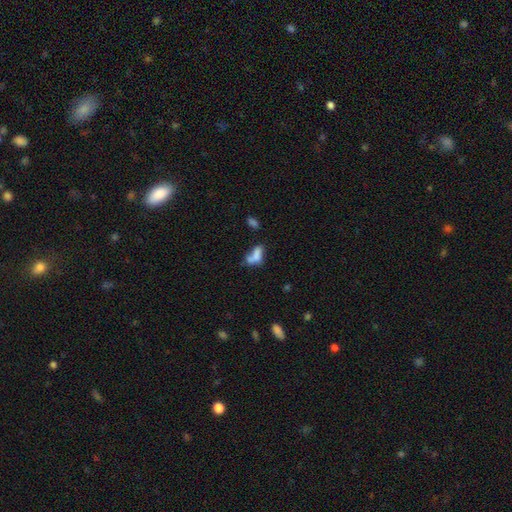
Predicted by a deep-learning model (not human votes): Smooth or featured? Predicted: smooth (p=0.69). How rounded? Predicted: in between (p=0.81). Merging? Predicted: merger (p=0.43).